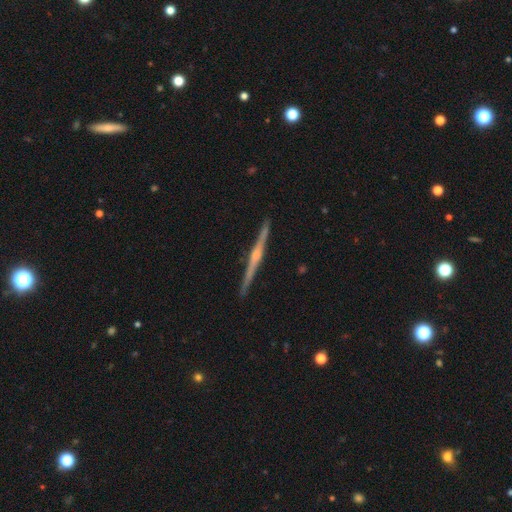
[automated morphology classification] A featured or disk galaxy (84%) viewed edge-on (99%) with a rounded central bulge (74%).

Vote fractions:
- Smooth or featured? featured or disk: 84% / smooth: 11% / star or artifact: 5%
- Edge-on disk? yes: 99% / no: 1%
- Edge-on bulge? rounded: 74% / boxy: 14% / none: 12%
- Merging? none: 93% / minor disturbance: 5% / major disturbance: 1% / merger: 1%